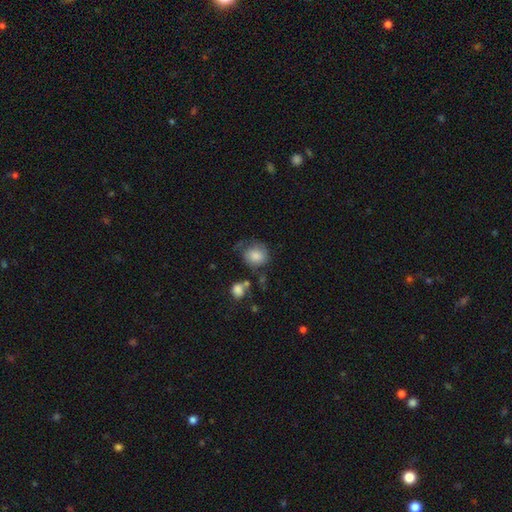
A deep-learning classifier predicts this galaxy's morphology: Overall: smooth (75%). How rounded: round (71%). Merging: none (49%; minor disturbance 27%).